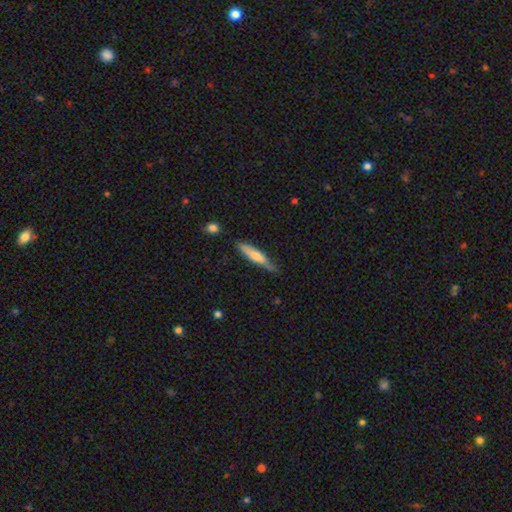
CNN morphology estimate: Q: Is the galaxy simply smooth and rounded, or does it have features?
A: smooth — 58%.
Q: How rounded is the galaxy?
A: cigar-shaped — 87%.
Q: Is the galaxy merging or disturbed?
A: none — 72%.